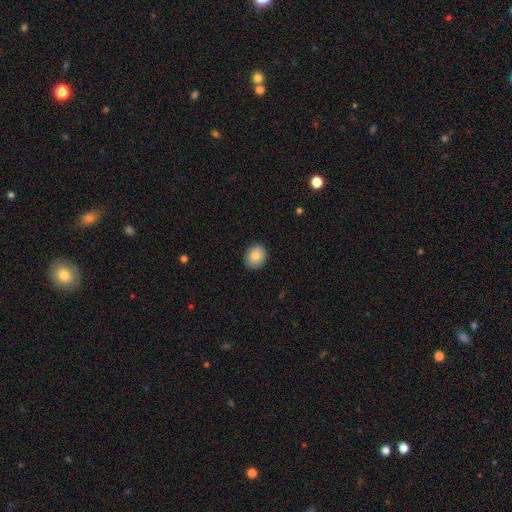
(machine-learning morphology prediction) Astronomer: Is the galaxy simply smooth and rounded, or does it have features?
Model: smooth — 85%.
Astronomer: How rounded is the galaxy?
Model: in between — 51% (runner-up: round, 48%).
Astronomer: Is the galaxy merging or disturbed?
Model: none — 88%.